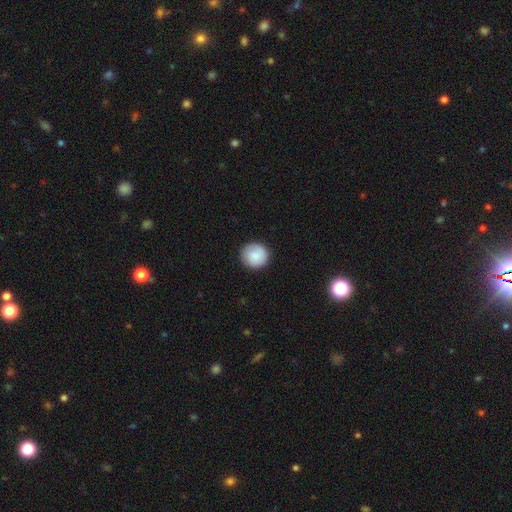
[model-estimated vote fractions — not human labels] smooth-or-featured: smooth: 85% | featured or disk: 8% | star or artifact: 7%
  how-rounded: round: 93% | in between: 6% | cigar-shaped: 1%
  merging: none: 88% | minor disturbance: 8% | major disturbance: 2% | merger: 1%